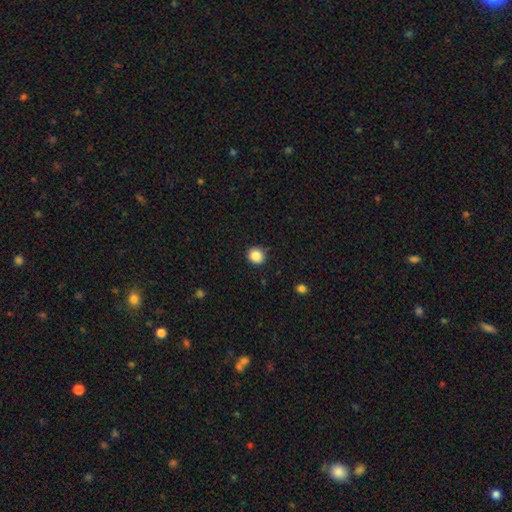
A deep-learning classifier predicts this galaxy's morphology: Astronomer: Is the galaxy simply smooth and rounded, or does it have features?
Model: smooth — 87%.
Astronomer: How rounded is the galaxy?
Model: round — 91%.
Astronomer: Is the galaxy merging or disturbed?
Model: none — 90%.